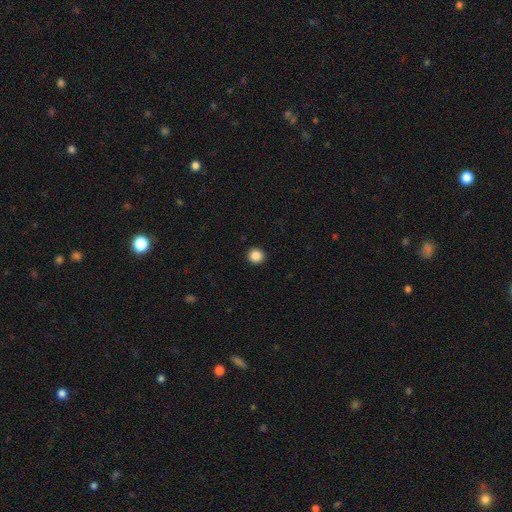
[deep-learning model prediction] Smooth or featured? smooth (87%)
How rounded? round (94%)
Merging? none (93%)